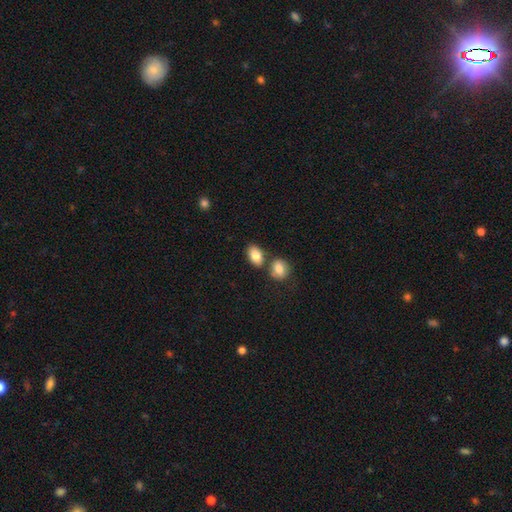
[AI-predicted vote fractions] smooth_or_featured: smooth (p=0.83) [alt: featured or disk p=0.09]
how_rounded: in between (p=0.85) [alt: round p=0.14]
merging: none (p=0.61) [alt: merger p=0.25]